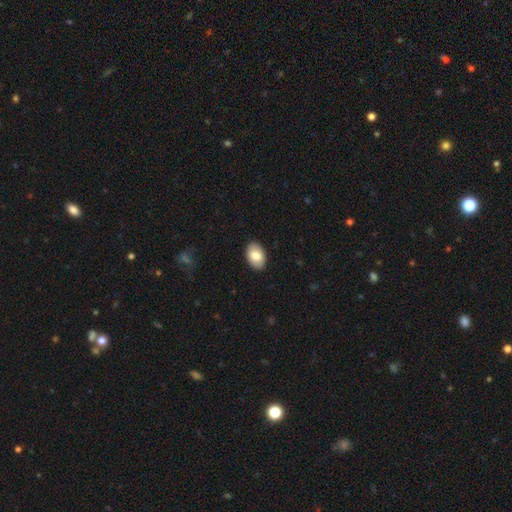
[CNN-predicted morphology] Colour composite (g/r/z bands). It shows a smooth galaxy with no disk features (81%) that is in between round and cigar-shaped (89%). Merging: none (90%).